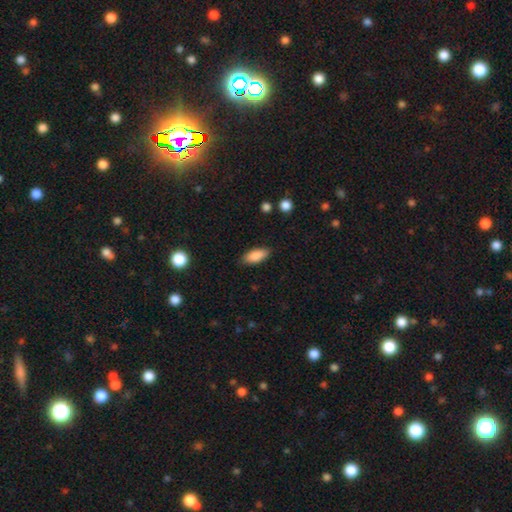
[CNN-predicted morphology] Smooth or featured?
  - smooth: 85% *
  - featured or disk: 8%
  - star or artifact: 7%
How rounded?
  - in between: 83% *
  - cigar-shaped: 15%
  - round: 2%
Merging?
  - none: 85% *
  - minor disturbance: 11%
  - major disturbance: 2%
  - merger: 1%